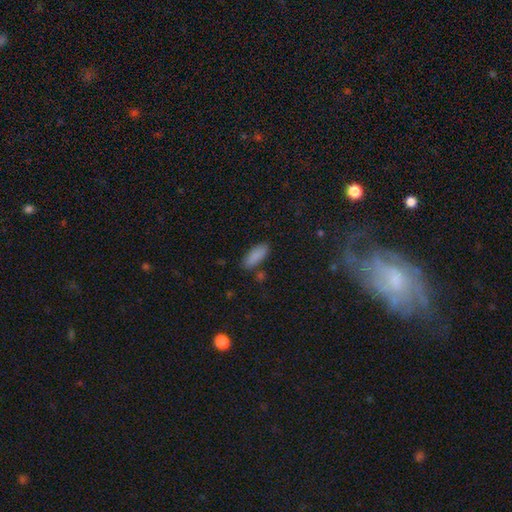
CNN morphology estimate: A smooth galaxy with no disk features (88%) that is in between round and cigar-shaped (78%). Merging: none (80%).